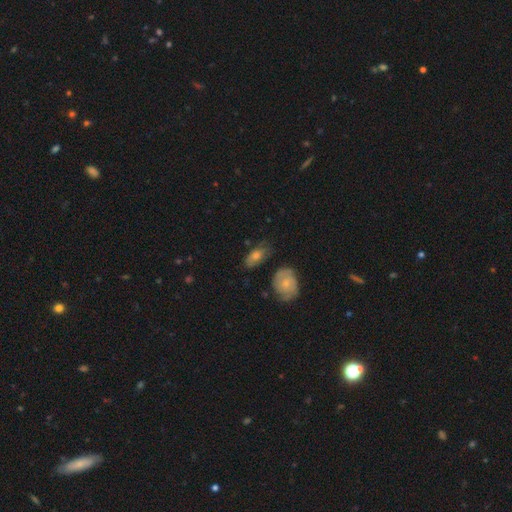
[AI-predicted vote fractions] smooth 57%, featured or disk 32%, star or artifact 10%. Down the decision tree: how rounded — in between (84%); merging — none (65%).